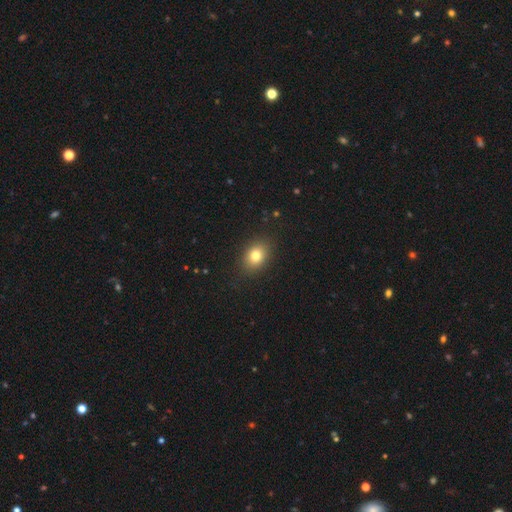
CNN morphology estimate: smooth_or_featured: smooth (p=0.79) [alt: star or artifact p=0.11]
how_rounded: in between (p=0.63) [alt: round p=0.36]
merging: none (p=0.87) [alt: minor disturbance p=0.09]